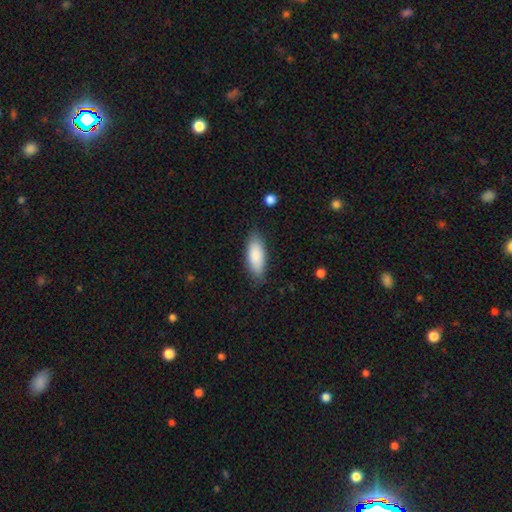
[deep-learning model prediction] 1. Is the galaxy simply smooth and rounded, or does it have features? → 85% smooth, 9% featured or disk, 6% star or artifact.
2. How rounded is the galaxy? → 78% in between, 20% cigar-shaped, 2% round.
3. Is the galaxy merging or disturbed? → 82% none, 14% minor disturbance, 3% major disturbance, 1% merger.